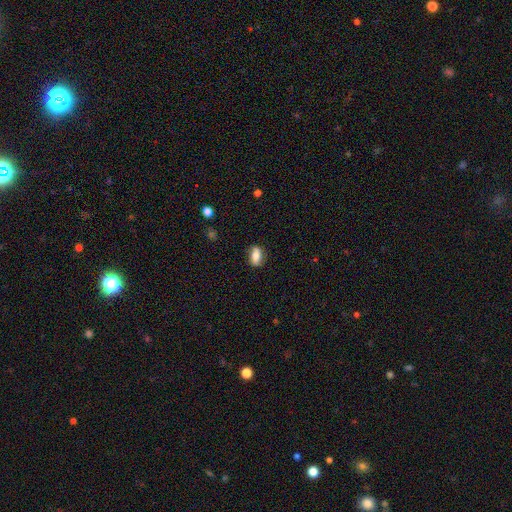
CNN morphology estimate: Q: Smooth or featured?
A: smooth (71%); runner-up: featured or disk (22%)
Q: How rounded?
A: in between (83%); runner-up: cigar-shaped (9%)
Q: Merging?
A: none (80%); runner-up: minor disturbance (15%)